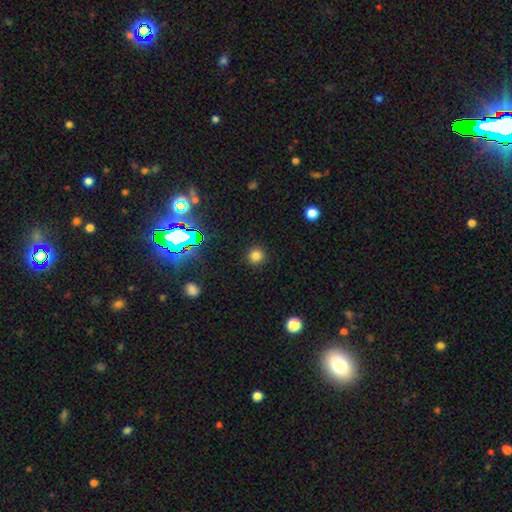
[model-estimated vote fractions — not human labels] smooth 78%, star or artifact 17%, featured or disk 5%. Down the decision tree: how rounded — round (94%); merging — none (91%).